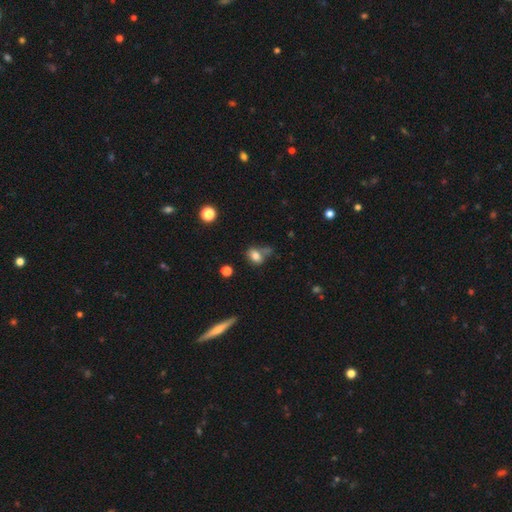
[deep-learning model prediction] smooth 78%, star or artifact 12%, featured or disk 11%. Down the decision tree: how rounded — in between (71%); merging — none (49%).